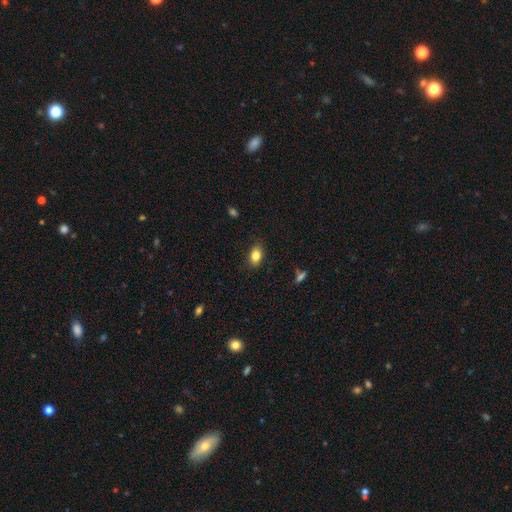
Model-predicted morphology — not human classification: smooth 83%, star or artifact 9%, featured or disk 8%. Down the decision tree: how rounded — in between (81%); merging — none (85%).